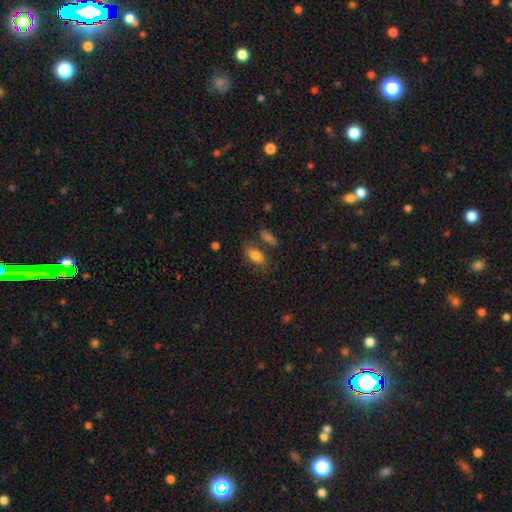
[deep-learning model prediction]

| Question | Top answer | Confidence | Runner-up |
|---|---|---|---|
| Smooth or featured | smooth | 82% | featured or disk (10%) |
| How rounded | in between | 88% | cigar-shaped (6%) |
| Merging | none | 68% | minor disturbance (15%) |